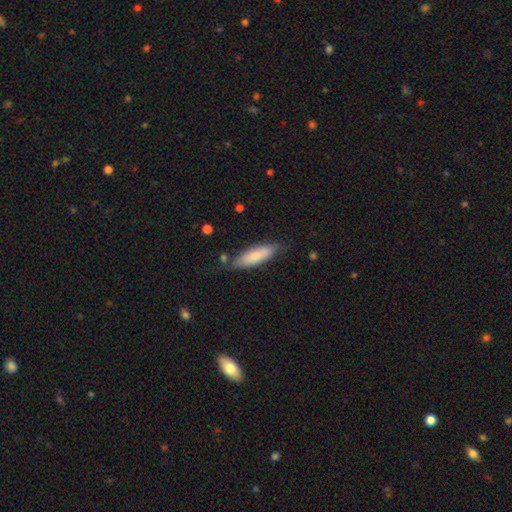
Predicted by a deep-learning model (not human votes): The model was most divided on "how rounded": cigar-shaped: 51%, in between: 47%, round: 2%. More confident: smooth or featured — smooth (76%); merging — none (71%).